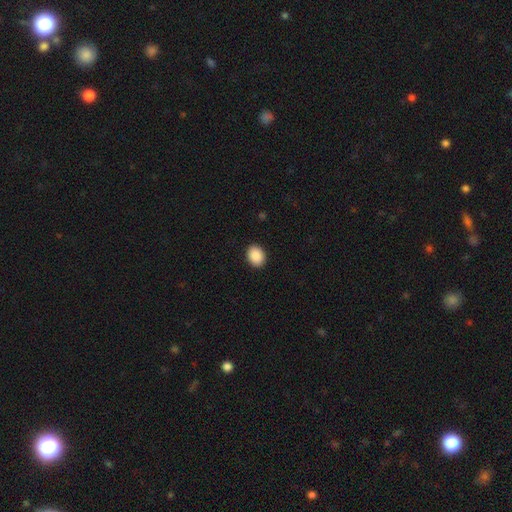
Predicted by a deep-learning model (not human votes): A smooth galaxy with no disk features (90%) that is in between round and cigar-shaped (60%).

Vote fractions:
- Smooth or featured? smooth: 90% / star or artifact: 8% / featured or disk: 3%
- How rounded? in between: 60% / round: 39% / cigar-shaped: 1%
- Merging? none: 91% / minor disturbance: 6% / major disturbance: 2% / merger: 1%